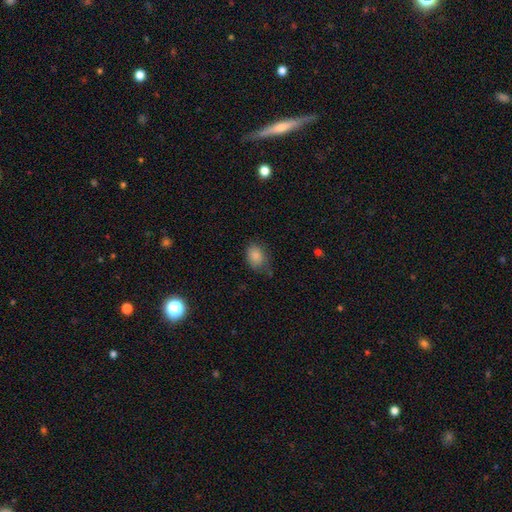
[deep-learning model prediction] smooth_or_featured: smooth (p=0.86) [alt: star or artifact p=0.09]
how_rounded: in between (p=0.73) [alt: round p=0.26]
merging: none (p=0.59) [alt: minor disturbance p=0.30]